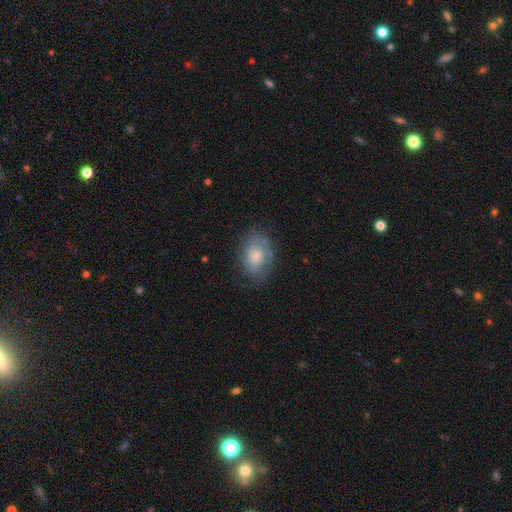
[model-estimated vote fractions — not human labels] smooth_or_featured: smooth (p=0.53) [alt: featured or disk p=0.39]
how_rounded: in between (p=0.82) [alt: round p=0.16]
merging: none (p=0.66) [alt: minor disturbance p=0.23]